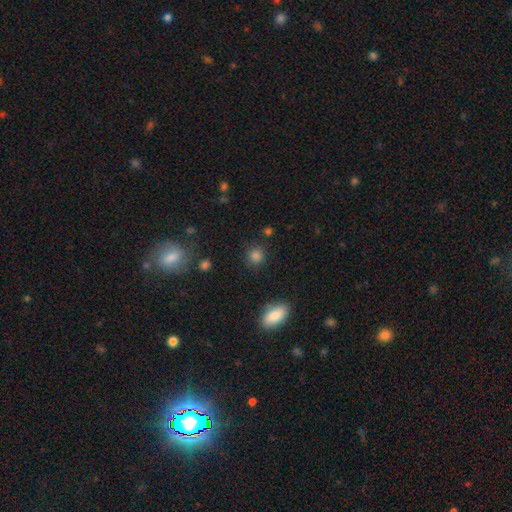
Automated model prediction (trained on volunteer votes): A smooth galaxy with no disk features (81%) that is round (87%).

Vote fractions:
- Smooth or featured? smooth: 81% / star or artifact: 15% / featured or disk: 4%
- How rounded? round: 87% / in between: 12% / cigar-shaped: 1%
- Merging? none: 84% / minor disturbance: 10% / major disturbance: 3% / merger: 3%